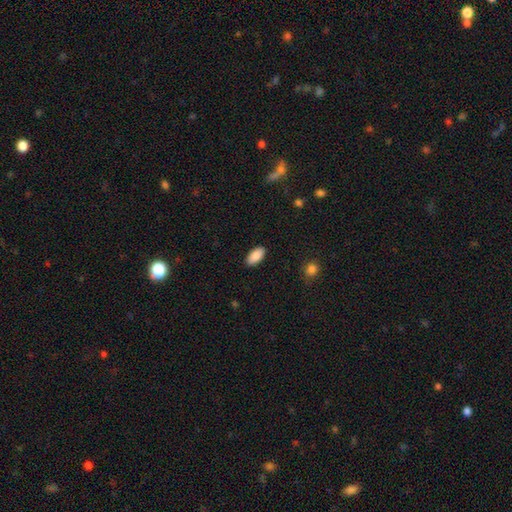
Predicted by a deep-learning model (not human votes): smooth_or_featured: smooth (p=0.89) [alt: star or artifact p=0.07]
how_rounded: in between (p=0.93) [alt: cigar-shaped p=0.04]
merging: none (p=0.89) [alt: minor disturbance p=0.08]